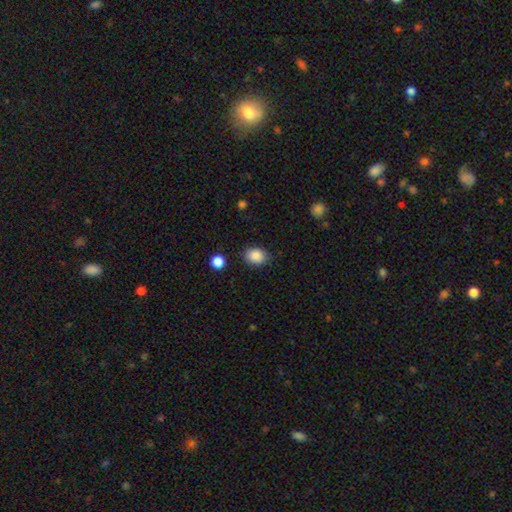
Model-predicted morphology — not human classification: Smooth or featured? smooth (88%)
How rounded? in between (62%)
Merging? none (83%)